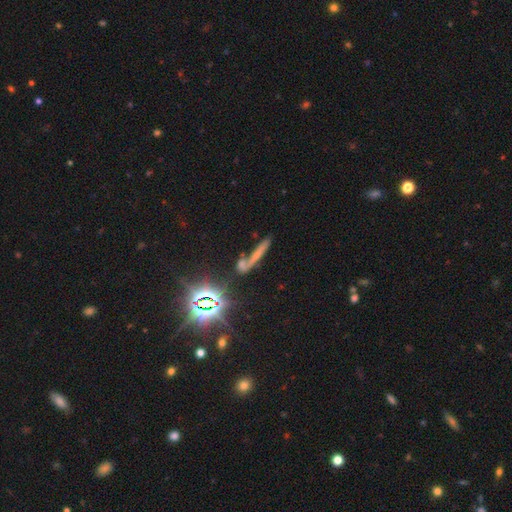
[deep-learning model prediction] smooth_or_featured: smooth (p=0.39) [alt: star or artifact p=0.35]
merging: none (p=0.46) [alt: merger p=0.31]